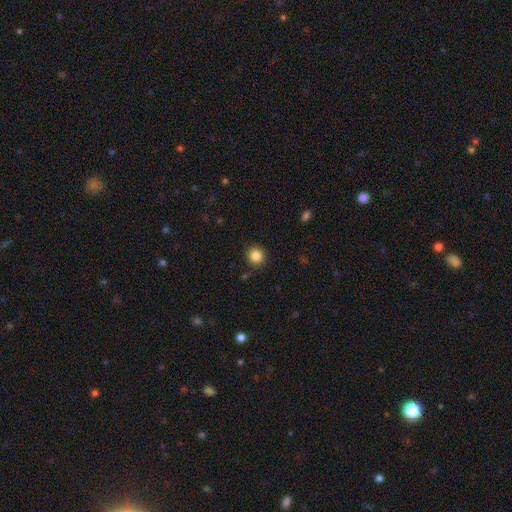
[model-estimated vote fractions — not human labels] Smooth or featured?
  - smooth: 85% *
  - star or artifact: 11%
  - featured or disk: 4%
How rounded?
  - round: 91% *
  - in between: 8%
  - cigar-shaped: 1%
Merging?
  - none: 90% *
  - minor disturbance: 7%
  - major disturbance: 2%
  - merger: 1%